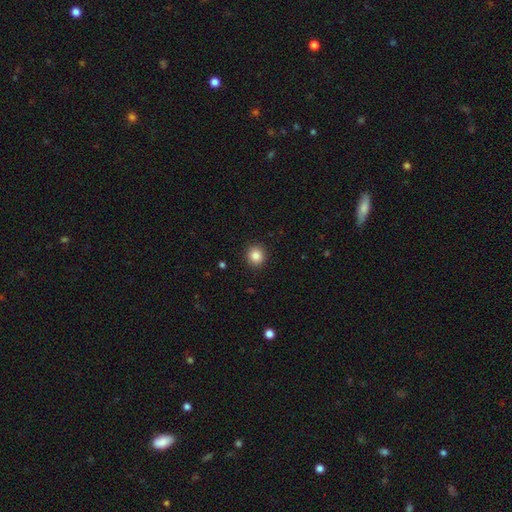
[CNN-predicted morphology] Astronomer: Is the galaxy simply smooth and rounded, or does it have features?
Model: smooth — 85%.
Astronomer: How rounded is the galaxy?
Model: round — 90%.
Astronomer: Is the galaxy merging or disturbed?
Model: none — 92%.